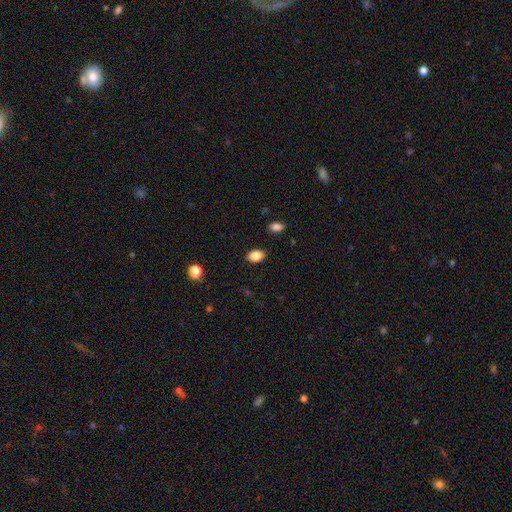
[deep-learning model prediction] This is clearly a smooth galaxy (86%). How rounded: clearly in between (81%). Merging: clearly none (88%).